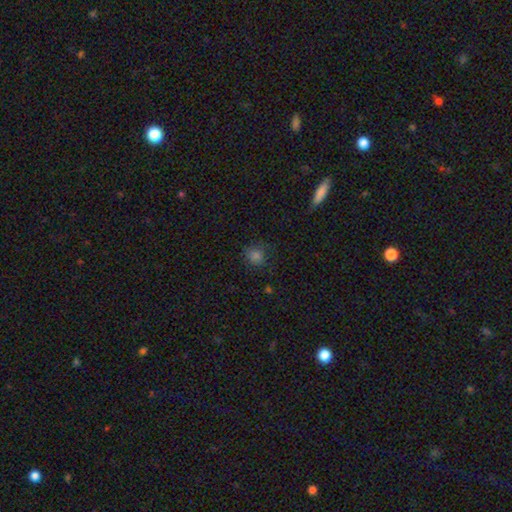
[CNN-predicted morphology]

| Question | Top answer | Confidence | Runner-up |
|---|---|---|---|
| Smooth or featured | smooth | 78% | star or artifact (17%) |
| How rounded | round | 82% | in between (16%) |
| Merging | none | 79% | minor disturbance (15%) |